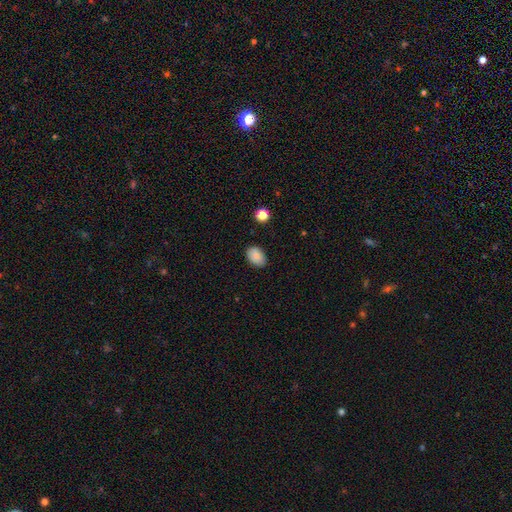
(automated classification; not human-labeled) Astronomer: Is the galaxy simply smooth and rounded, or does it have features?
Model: smooth — 86%.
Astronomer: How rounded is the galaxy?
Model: in between — 85%.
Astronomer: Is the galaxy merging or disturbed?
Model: none — 83%.